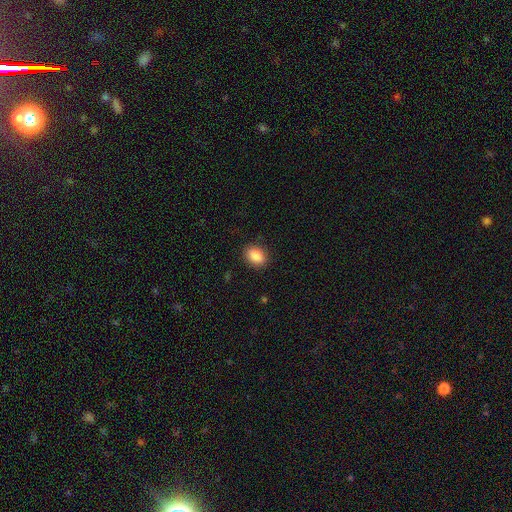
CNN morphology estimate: Smooth or featured: smooth — 88% (star or artifact — 8%)
How rounded: in between — 73% (round — 26%)
Merging: none — 88% (minor disturbance — 8%)